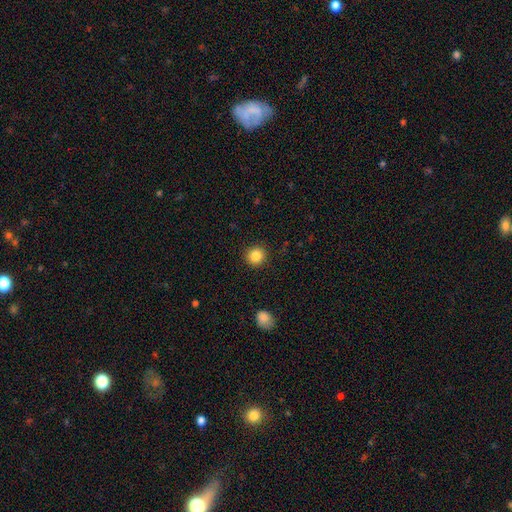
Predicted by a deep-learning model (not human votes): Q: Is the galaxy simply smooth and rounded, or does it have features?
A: smooth — 86%.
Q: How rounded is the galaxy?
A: round — 93%.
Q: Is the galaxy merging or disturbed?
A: none — 91%.